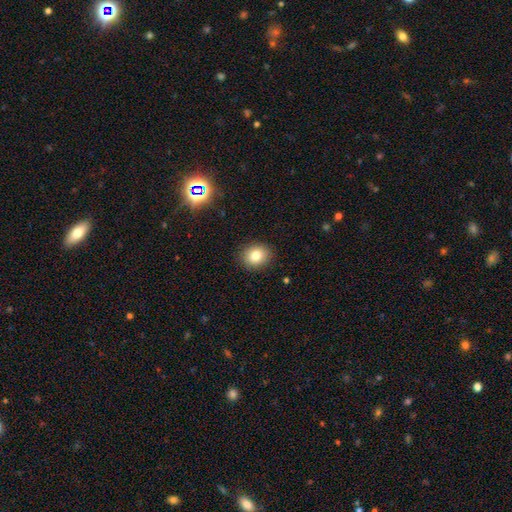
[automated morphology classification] The model was most divided on "how rounded": round: 70%, in between: 29%, cigar-shaped: 1%. More confident: merging — none (89%); smooth or featured — smooth (80%).